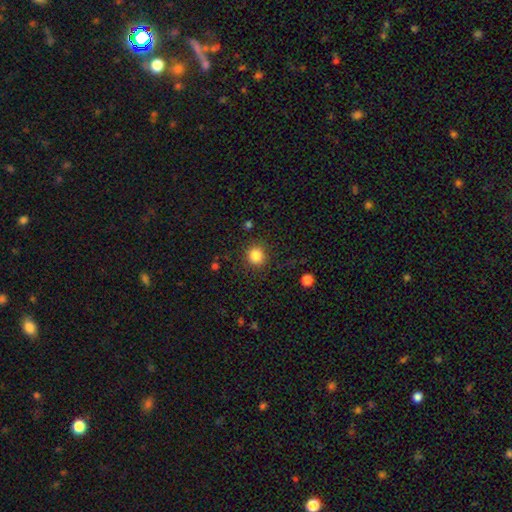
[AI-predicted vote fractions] A smooth galaxy with no disk features (84%) that is round (91%). Merging: none (88%).